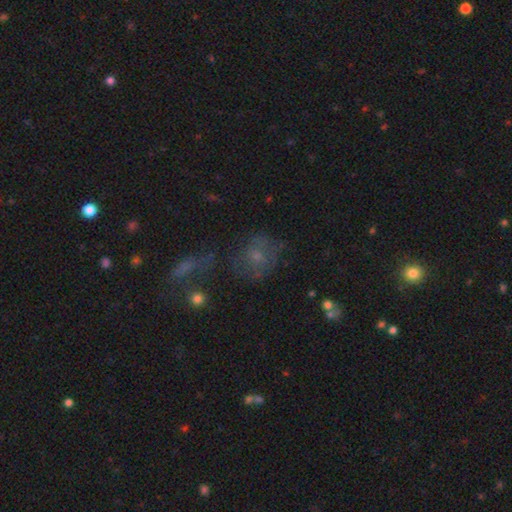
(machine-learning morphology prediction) A smooth galaxy with no disk features (54%) that is round (65%). Merging: none (54%).